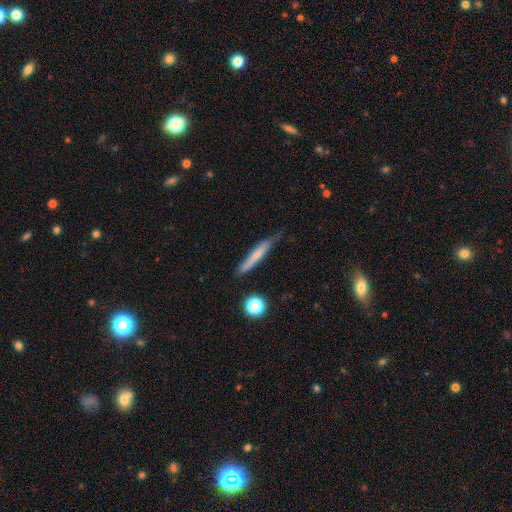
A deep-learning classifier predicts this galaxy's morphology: type=smooth (59%); roundness=cigar-shaped (92%); merging=none (68%).